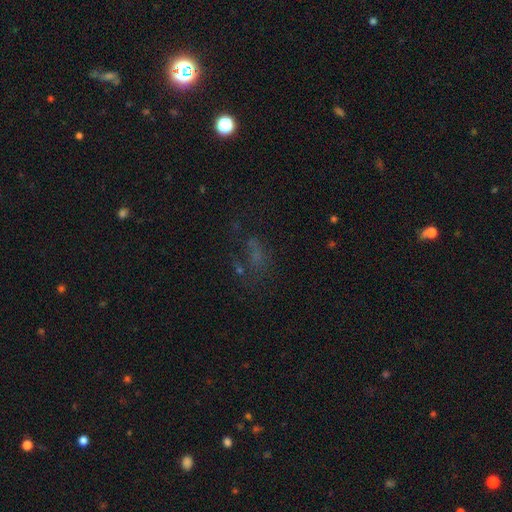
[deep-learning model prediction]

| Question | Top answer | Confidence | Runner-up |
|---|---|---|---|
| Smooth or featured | star or artifact | 37% | smooth (36%) |